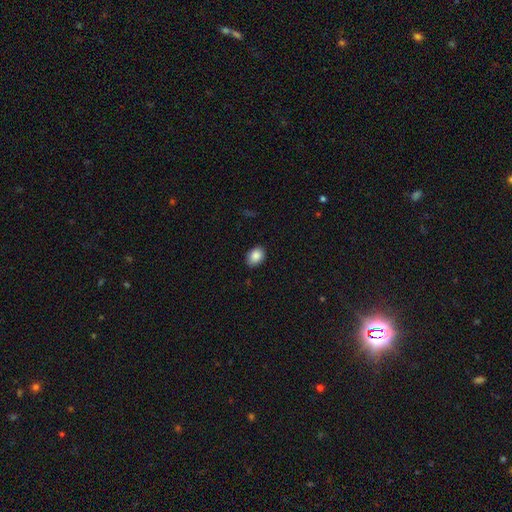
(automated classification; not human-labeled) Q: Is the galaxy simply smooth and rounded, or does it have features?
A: smooth — 88%.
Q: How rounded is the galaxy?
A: in between — 75%.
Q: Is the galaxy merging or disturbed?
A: none — 83%.